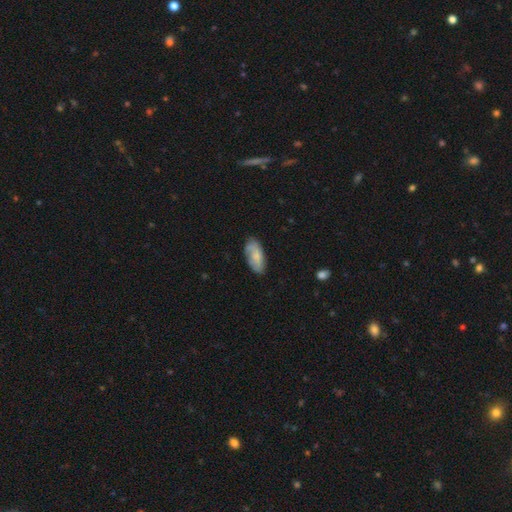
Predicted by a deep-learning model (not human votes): The model was most divided on "smooth or featured": smooth: 67%, featured or disk: 27%, star or artifact: 6%. More confident: how rounded — in between (90%); merging — none (71%).